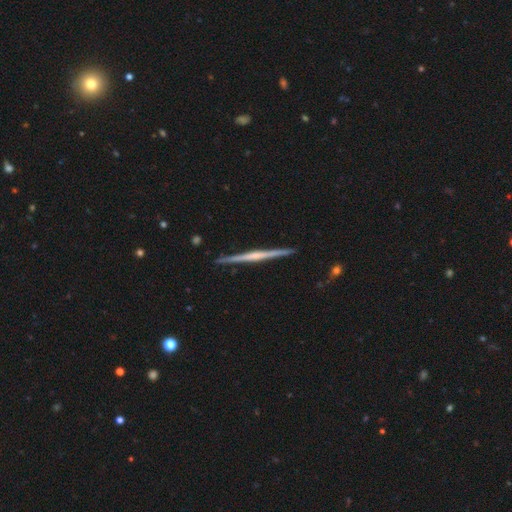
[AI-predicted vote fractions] Smooth or featured: featured or disk — 77% (smooth — 19%)
Edge-on disk: yes — 99% (no — 1%)
Edge-on bulge: none — 46% (rounded — 40%)
Merging: none — 92% (minor disturbance — 6%)